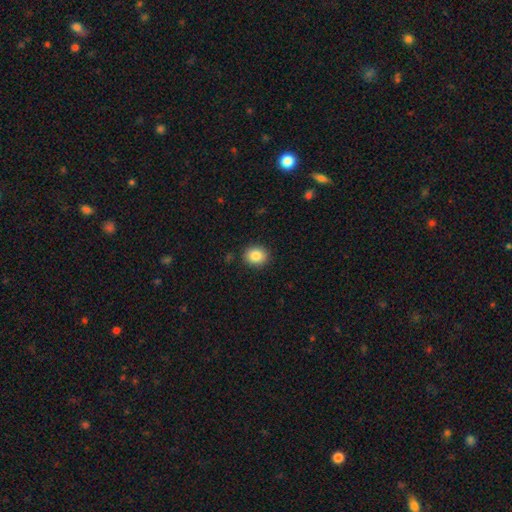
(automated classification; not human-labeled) Q: Smooth or featured?
A: smooth (85%); runner-up: star or artifact (9%)
Q: How rounded?
A: round (67%); runner-up: in between (32%)
Q: Merging?
A: none (90%); runner-up: minor disturbance (7%)